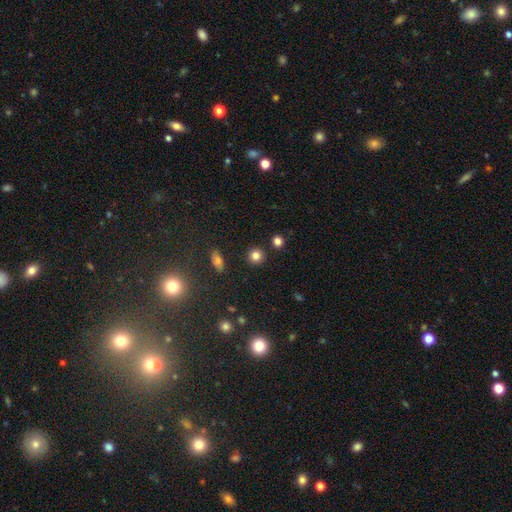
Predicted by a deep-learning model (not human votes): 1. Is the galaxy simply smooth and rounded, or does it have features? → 81% smooth, 13% star or artifact, 6% featured or disk.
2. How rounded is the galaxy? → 91% round, 7% in between, 1% cigar-shaped.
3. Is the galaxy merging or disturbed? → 89% none, 6% minor disturbance, 3% merger, 2% major disturbance.